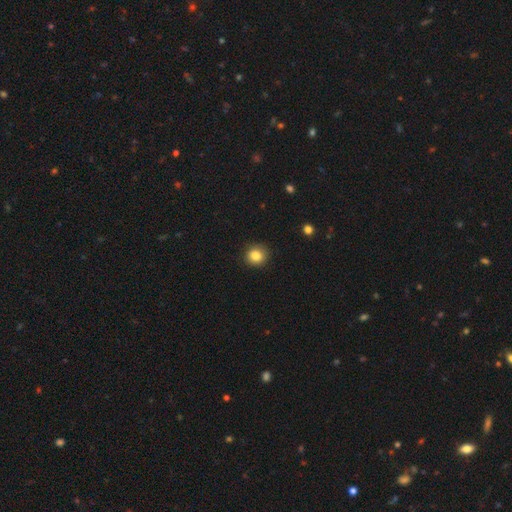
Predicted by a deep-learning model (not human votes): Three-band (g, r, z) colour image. It shows a smooth galaxy with no disk features (84%) that is round (87%). Merging: none (88%).